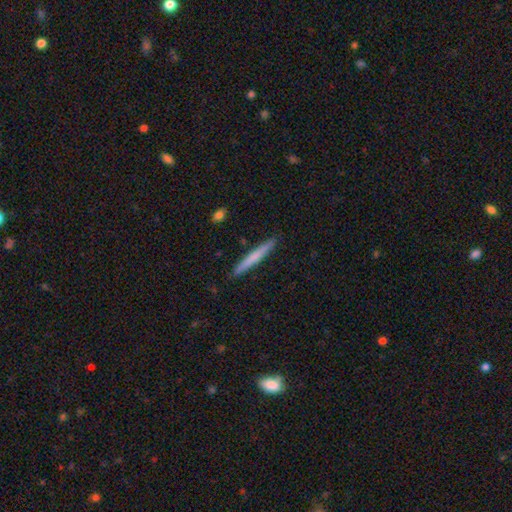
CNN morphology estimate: smooth_or_featured: smooth (p=0.61) [alt: featured or disk p=0.34]
how_rounded: cigar-shaped (p=0.97) [alt: in between p=0.02]
merging: none (p=0.91) [alt: minor disturbance p=0.06]